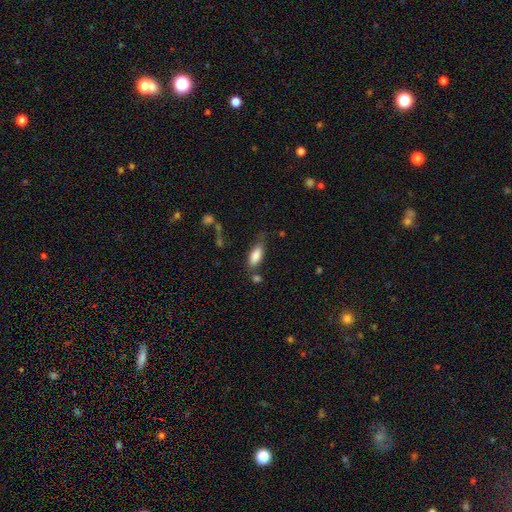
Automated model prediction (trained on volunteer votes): Morphology: type=smooth (84%); roundness=in between (79%); merging=none (57%).